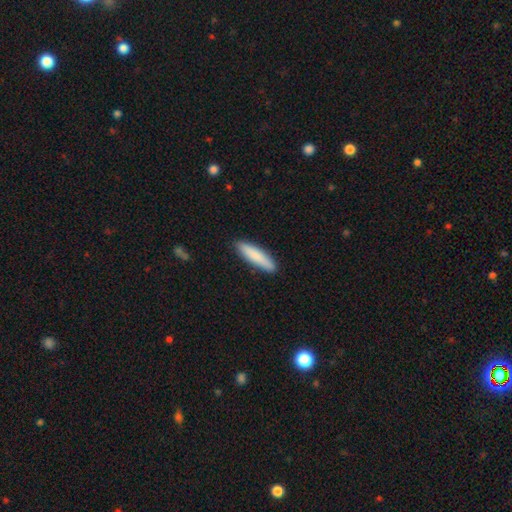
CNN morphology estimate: smooth_or_featured: smooth (p=0.85) [alt: featured or disk p=0.10]
how_rounded: cigar-shaped (p=0.82) [alt: in between p=0.17]
merging: none (p=0.89) [alt: minor disturbance p=0.08]